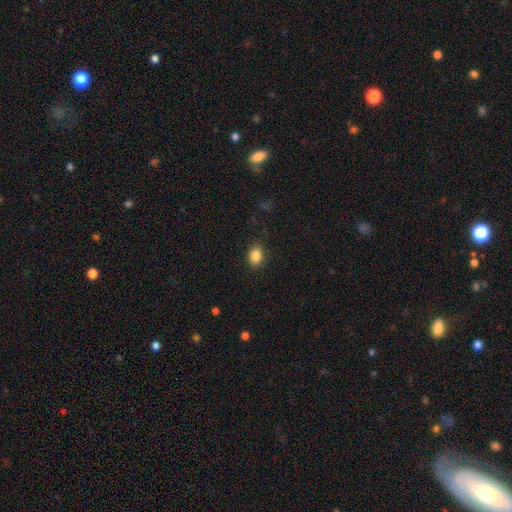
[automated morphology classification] This appears to be a smooth galaxy with no disk features (86%) that is in between round and cigar-shaped (61%). Merging: none (86%).